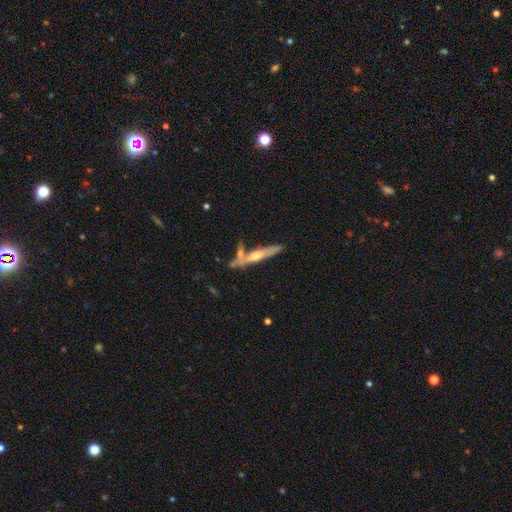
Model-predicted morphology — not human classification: This is likely a featured or disk galaxy (65%). It is clearly viewed edge-on (93%). Edge-on bulge: clearly rounded (85%). Merging: likely none (69%).